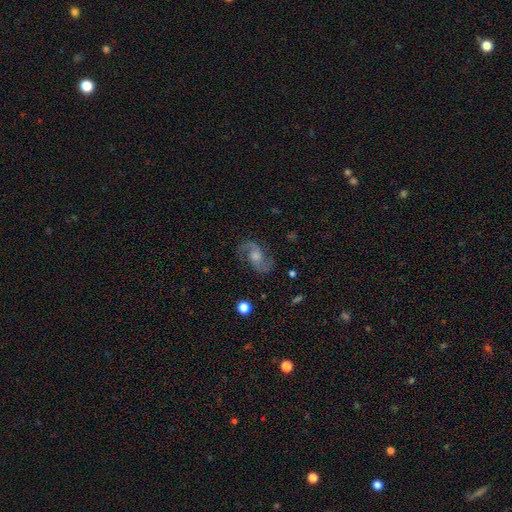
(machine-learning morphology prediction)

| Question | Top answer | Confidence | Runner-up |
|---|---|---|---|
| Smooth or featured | featured or disk | 87% | star or artifact (7%) |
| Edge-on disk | no | 97% | yes (3%) |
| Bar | no | 55% | weak (37%) |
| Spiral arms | yes | 98% | no (2%) |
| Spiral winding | medium | 58% | loose (27%) |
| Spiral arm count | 2 | 93% | can't tell (2%) |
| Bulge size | moderate | 55% | small (26%) |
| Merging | none | 83% | minor disturbance (11%) |